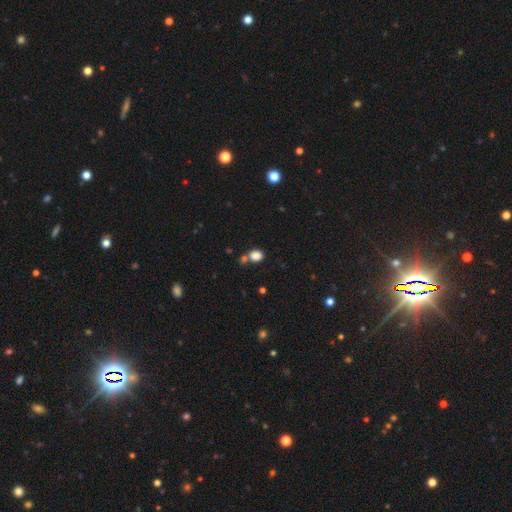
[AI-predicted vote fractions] Smooth or featured? smooth (84%)
How rounded? in between (50%)
Merging? none (59%)